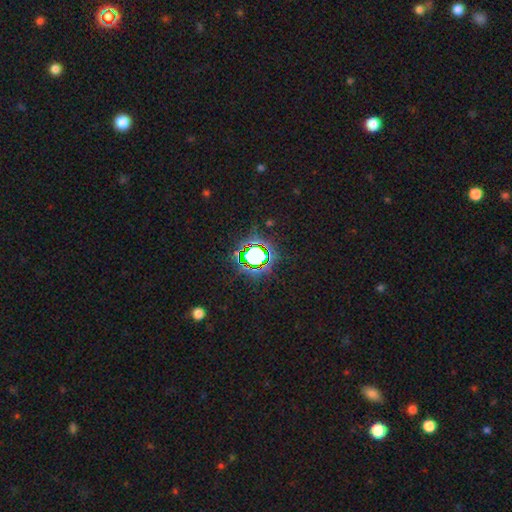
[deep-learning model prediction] smooth-or-featured: star or artifact: 71% | smooth: 18% | featured or disk: 11%